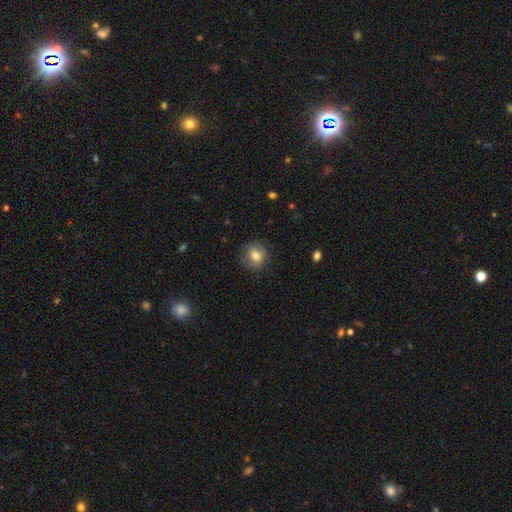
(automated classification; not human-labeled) smooth_or_featured: smooth (p=0.70) [alt: featured or disk p=0.21]
how_rounded: round (p=0.82) [alt: in between p=0.17]
merging: none (p=0.78) [alt: minor disturbance p=0.15]